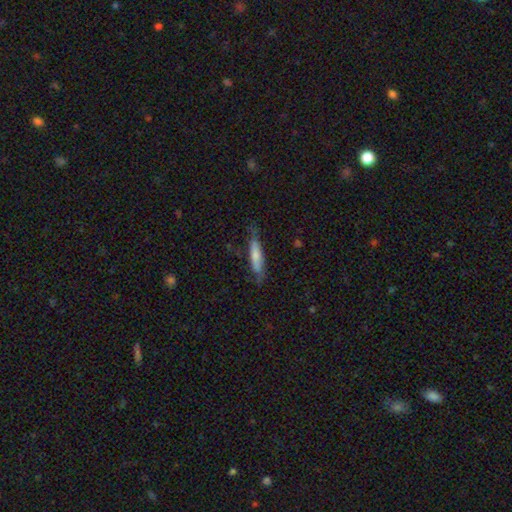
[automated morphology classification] type=smooth (63%); roundness=cigar-shaped (79%); merging=none (66%).